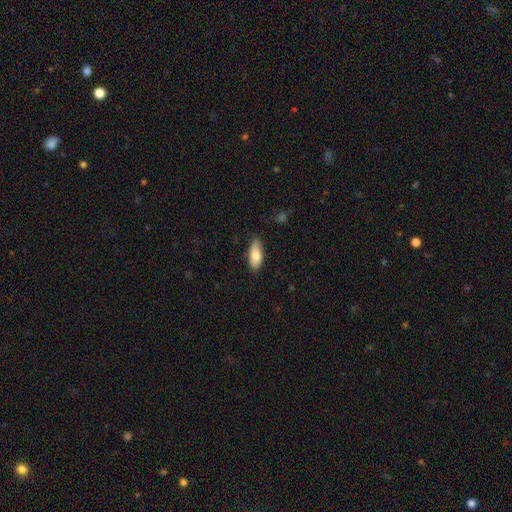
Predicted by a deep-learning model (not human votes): smooth 79%, featured or disk 15%, star or artifact 6%. Down the decision tree: how rounded — in between (80%); merging — none (83%).